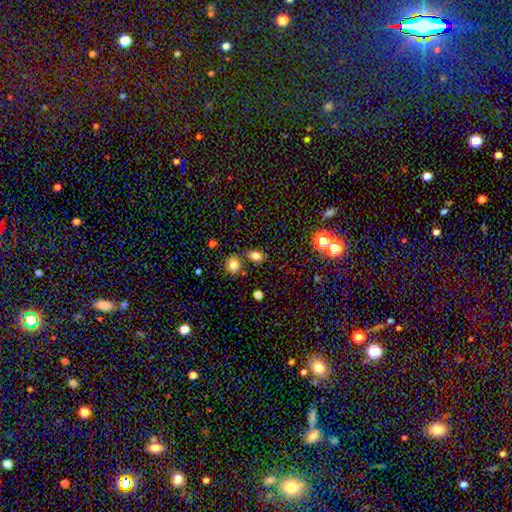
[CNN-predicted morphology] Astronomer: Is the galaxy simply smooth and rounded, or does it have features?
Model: smooth — 76%.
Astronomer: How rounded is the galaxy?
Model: in between — 64%.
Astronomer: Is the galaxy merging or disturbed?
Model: none — 68%.